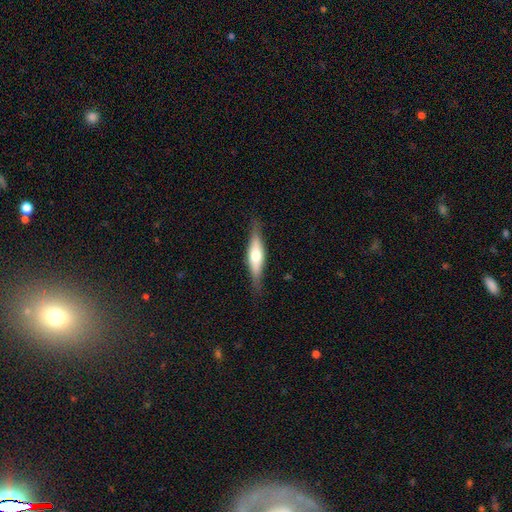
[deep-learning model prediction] A featured or disk galaxy (52%) viewed edge-on (90%).

Vote fractions:
- Smooth or featured? featured or disk: 52% / smooth: 42% / star or artifact: 6%
- Edge-on disk? yes: 90% / no: 10%
- Merging? none: 83% / minor disturbance: 13% / major disturbance: 3% / merger: 1%